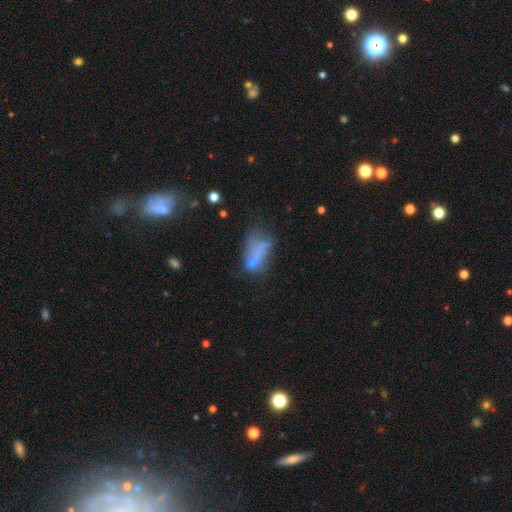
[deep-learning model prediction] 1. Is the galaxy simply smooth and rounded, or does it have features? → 51% smooth, 29% featured or disk, 20% star or artifact.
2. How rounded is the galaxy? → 77% in between, 13% cigar-shaped, 10% round.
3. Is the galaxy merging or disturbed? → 32% none, 28% major disturbance, 23% minor disturbance, 18% merger.